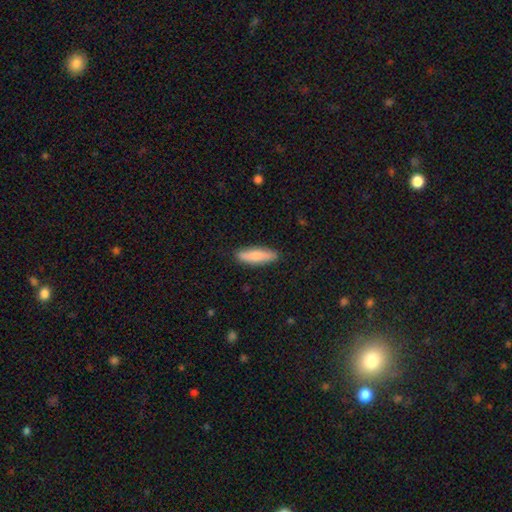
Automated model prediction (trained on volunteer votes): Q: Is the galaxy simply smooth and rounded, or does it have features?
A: smooth — 82%.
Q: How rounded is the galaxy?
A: cigar-shaped — 64%.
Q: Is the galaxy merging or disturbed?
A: none — 88%.